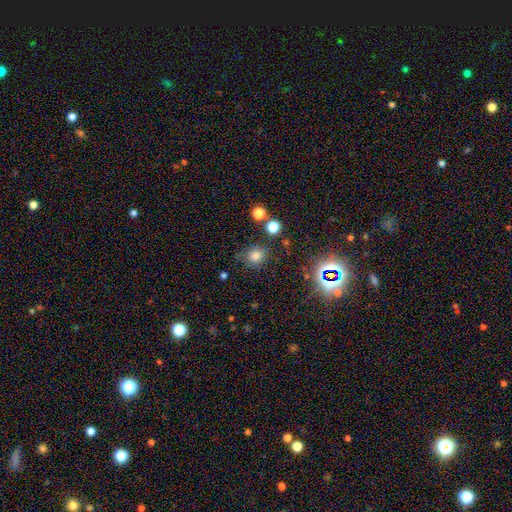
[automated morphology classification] This is likely a smooth galaxy (76%). How rounded: clearly round (80%). Merging: likely none (78%).